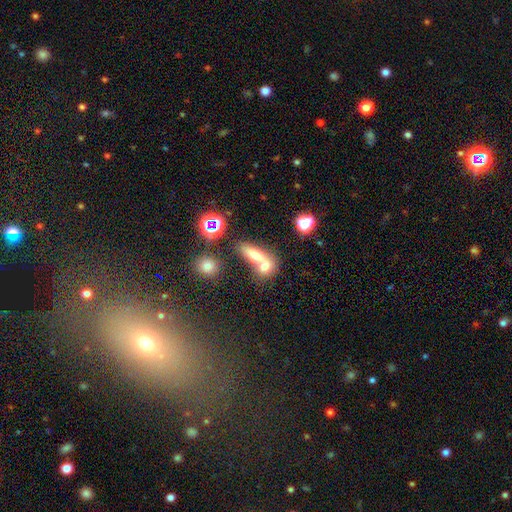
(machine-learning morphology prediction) A smooth galaxy with no disk features (66%) that is in between round and cigar-shaped (57%).

Vote fractions:
- Smooth or featured? smooth: 66% / featured or disk: 19% / star or artifact: 14%
- How rounded? in between: 57% / cigar-shaped: 24% / round: 19%
- Merging? merger: 60% / none: 28% / minor disturbance: 7% / major disturbance: 5%